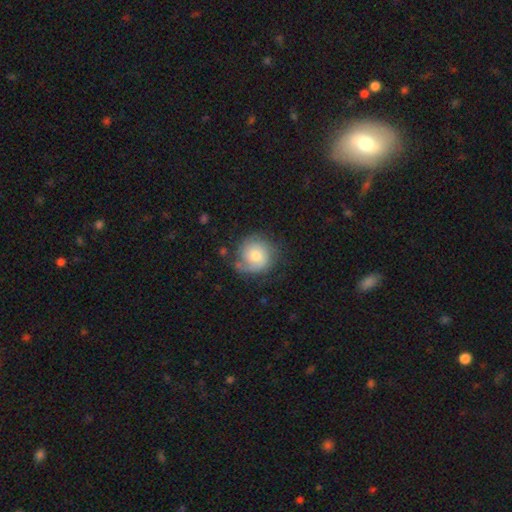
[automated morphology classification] Q: Smooth or featured?
A: featured or disk (51%); runner-up: smooth (42%)
Q: Edge-on disk?
A: no (98%); runner-up: yes (2%)
Q: Merging?
A: none (68%); runner-up: minor disturbance (20%)